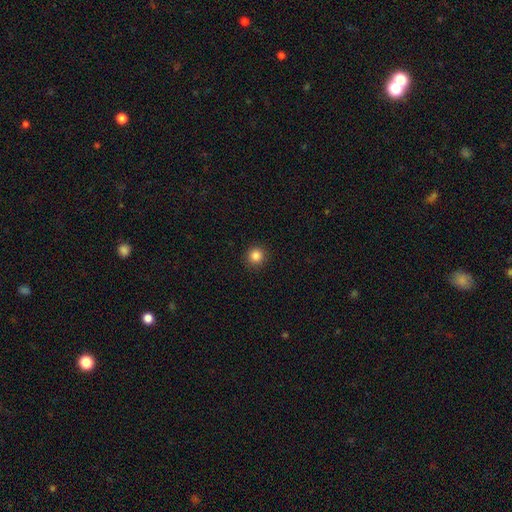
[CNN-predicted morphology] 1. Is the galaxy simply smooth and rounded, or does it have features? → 85% smooth, 11% star or artifact, 4% featured or disk.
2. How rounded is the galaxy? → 94% round, 5% in between, 1% cigar-shaped.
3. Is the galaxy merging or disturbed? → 92% none, 6% minor disturbance, 2% major disturbance, 1% merger.